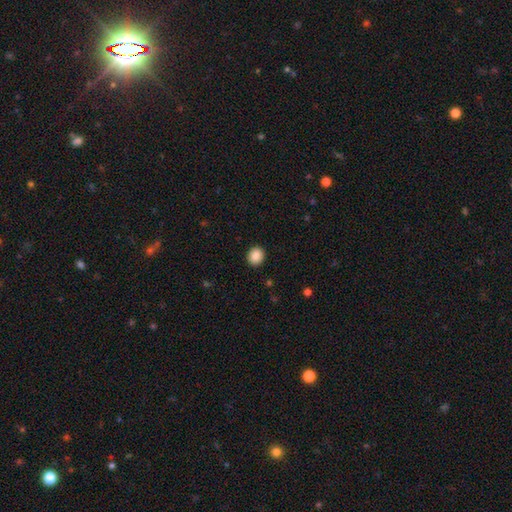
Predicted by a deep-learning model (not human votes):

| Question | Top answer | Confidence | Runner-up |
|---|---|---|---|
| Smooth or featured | smooth | 88% | star or artifact (9%) |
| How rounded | round | 76% | in between (24%) |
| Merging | none | 92% | minor disturbance (5%) |